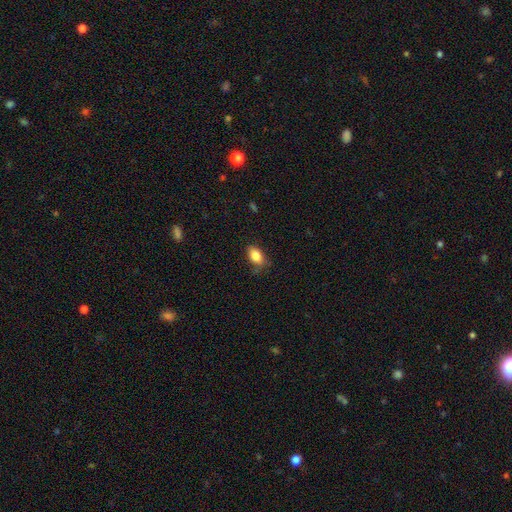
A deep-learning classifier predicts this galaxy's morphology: The model was most divided on "merging": none: 72%, minor disturbance: 22%, major disturbance: 5%, merger: 1%. More confident: how rounded — in between (87%); smooth or featured — smooth (85%).